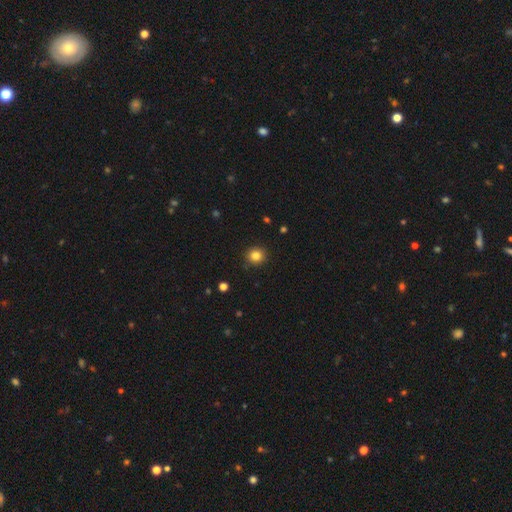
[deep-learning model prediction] Q: Smooth or featured?
A: smooth (83%); runner-up: star or artifact (12%)
Q: How rounded?
A: round (90%); runner-up: in between (9%)
Q: Merging?
A: none (91%); runner-up: minor disturbance (6%)